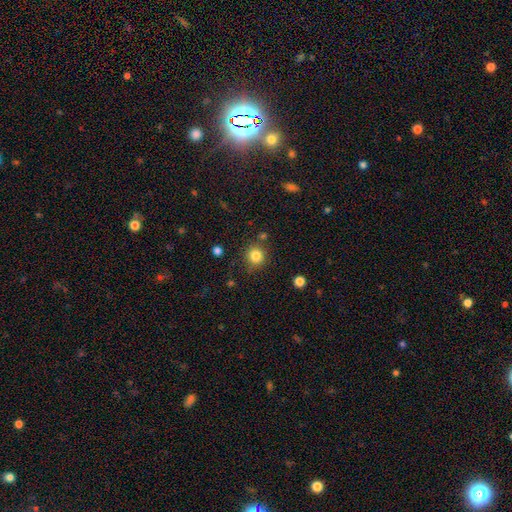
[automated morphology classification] A smooth galaxy with no disk features (84%) that is round (90%). Merging: none (82%).